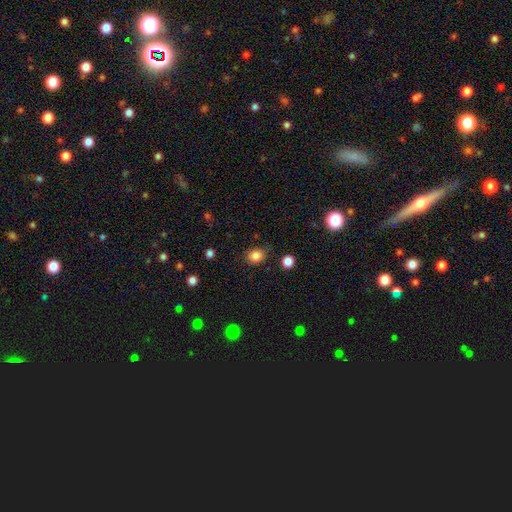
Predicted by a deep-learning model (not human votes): Smooth or featured: smooth — 85% (star or artifact — 11%)
How rounded: round — 62% (in between — 37%)
Merging: none — 79% (minor disturbance — 15%)